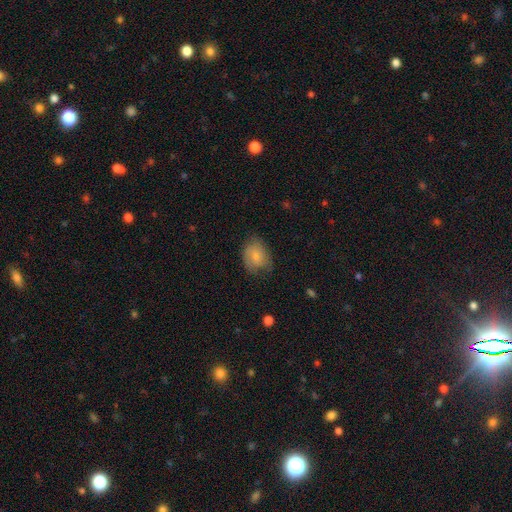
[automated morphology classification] The model was most divided on "how rounded": in between: 59%, round: 40%, cigar-shaped: 1%. More confident: smooth or featured — smooth (74%); merging — none (58%).